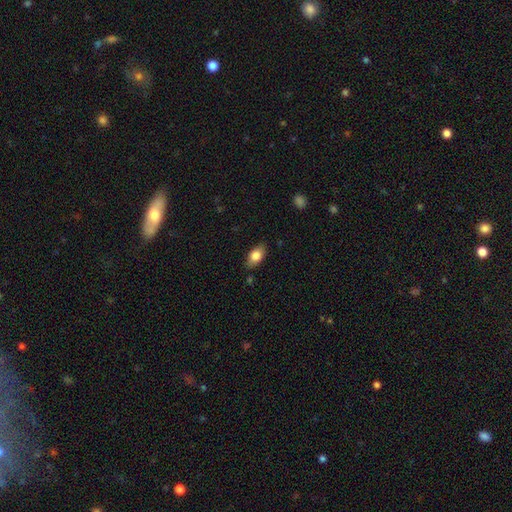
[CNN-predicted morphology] The model was most divided on "smooth or featured": smooth: 79%, featured or disk: 14%, star or artifact: 7%. More confident: how rounded — in between (88%); merging — none (82%).